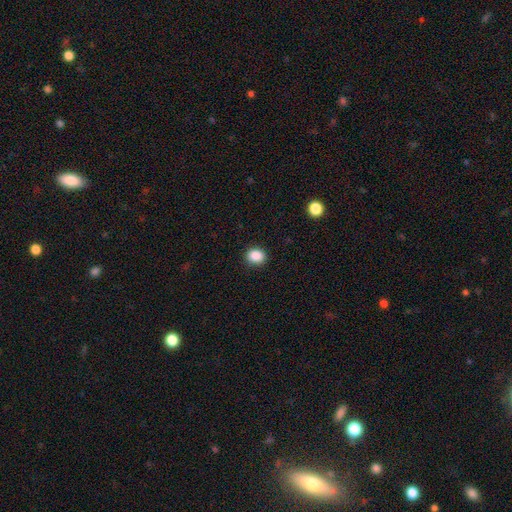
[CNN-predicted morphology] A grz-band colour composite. It shows a smooth galaxy with no disk features (88%) that is round (60%). Merging: none (89%).